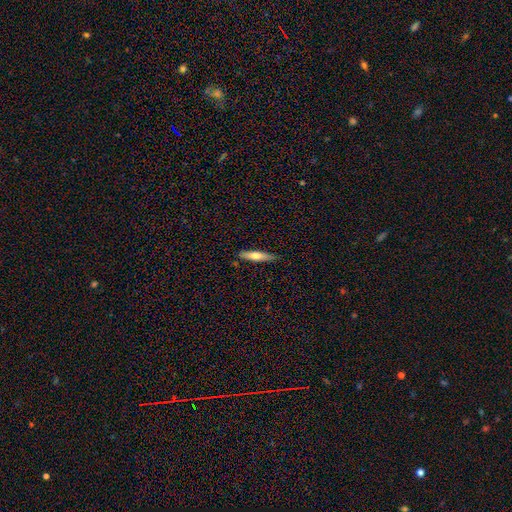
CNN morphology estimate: This is likely a smooth galaxy (60%). How rounded: clearly cigar-shaped (82%). Merging: clearly none (84%).